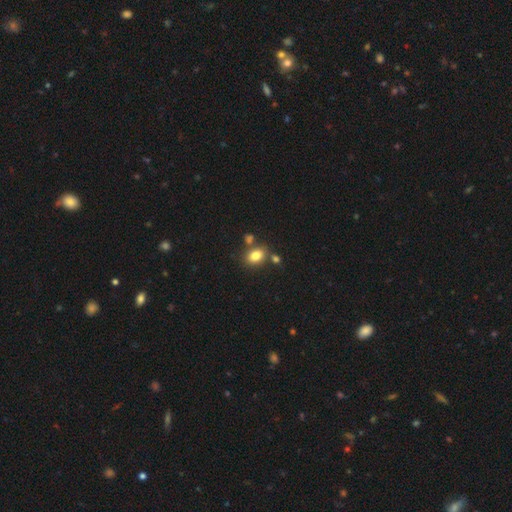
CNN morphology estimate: smooth_or_featured: smooth (p=0.82) [alt: star or artifact p=0.11]
how_rounded: in between (p=0.70) [alt: round p=0.29]
merging: none (p=0.67) [alt: merger p=0.16]